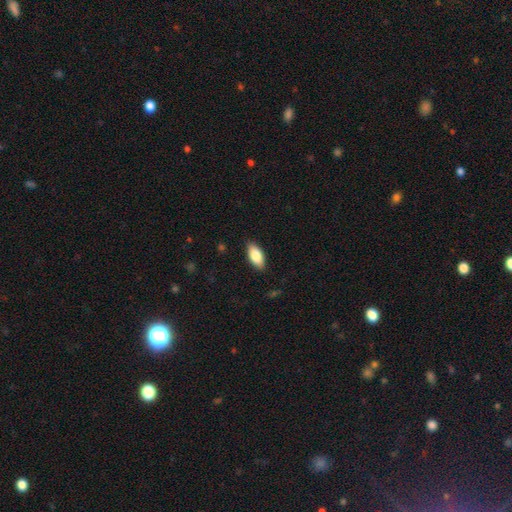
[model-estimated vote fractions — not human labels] This is clearly a smooth galaxy (83%). How rounded: clearly in between (89%). Merging: clearly none (88%).